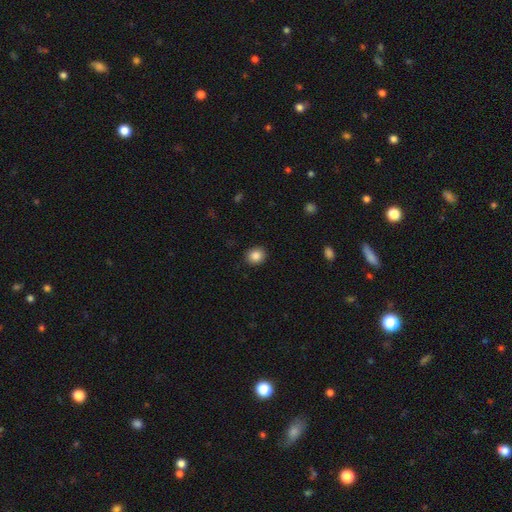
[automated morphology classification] Smooth or featured? smooth (86%)
How rounded? round (75%)
Merging? none (90%)